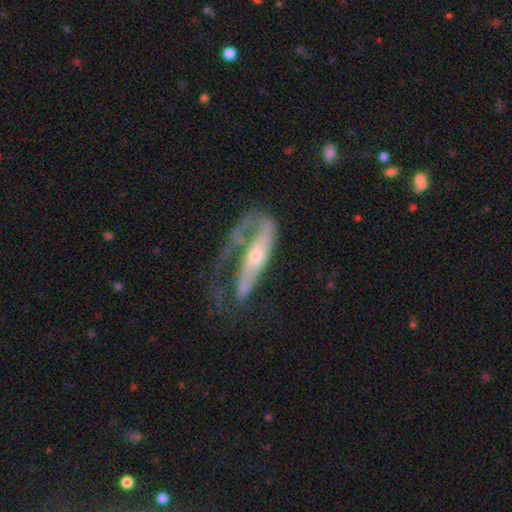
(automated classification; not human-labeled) Morphology: type=featured or disk (71%); edge-on=no (72%); bar=no (54%); spiral arms=yes (69%); bulge=small (46%, tied with moderate); merging=major disturbance (52%).